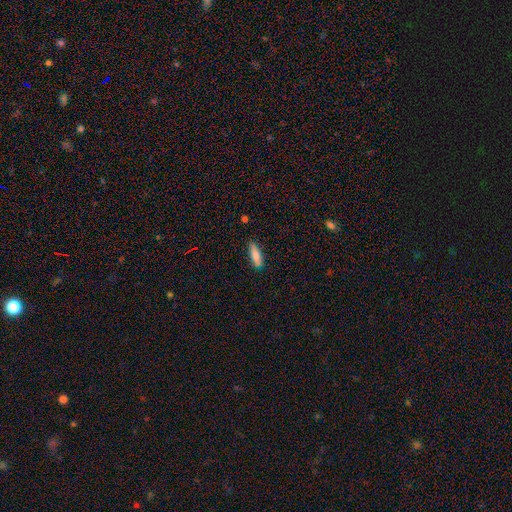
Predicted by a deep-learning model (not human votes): Smooth or featured: smooth — 79% (featured or disk — 14%)
How rounded: cigar-shaped — 57% (in between — 41%)
Merging: none — 84% (minor disturbance — 12%)